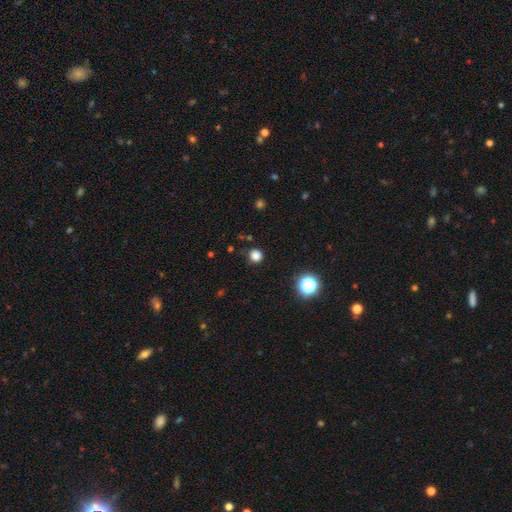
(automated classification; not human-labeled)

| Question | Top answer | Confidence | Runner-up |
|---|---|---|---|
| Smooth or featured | smooth | 80% | star or artifact (17%) |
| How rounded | round | 92% | in between (8%) |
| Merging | none | 86% | minor disturbance (9%) |